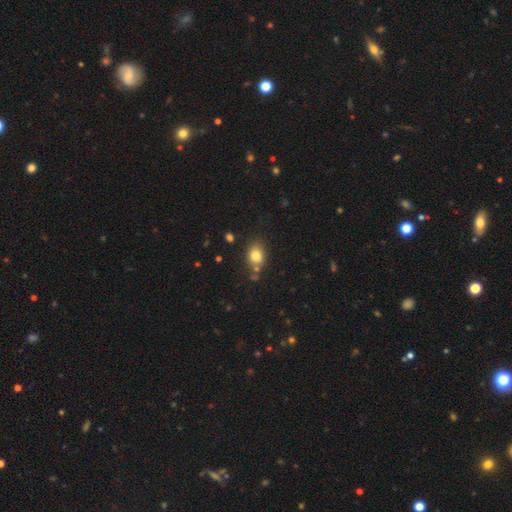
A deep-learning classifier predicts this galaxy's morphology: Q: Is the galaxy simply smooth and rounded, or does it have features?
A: smooth — 81%.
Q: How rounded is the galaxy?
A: in between — 61%.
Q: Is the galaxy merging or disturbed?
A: none — 73%.